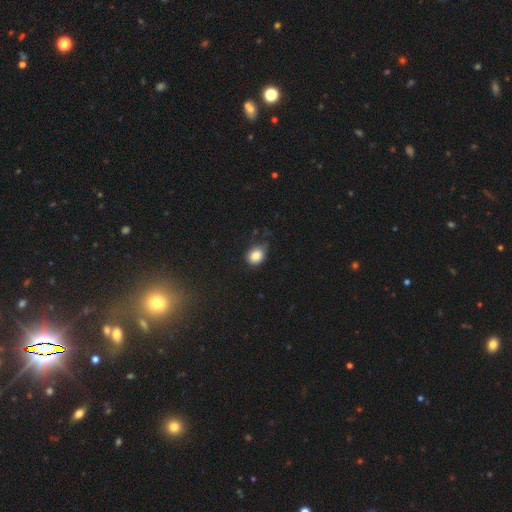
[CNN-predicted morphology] type=smooth (84%); roundness=round (54%); merging=none (62%).